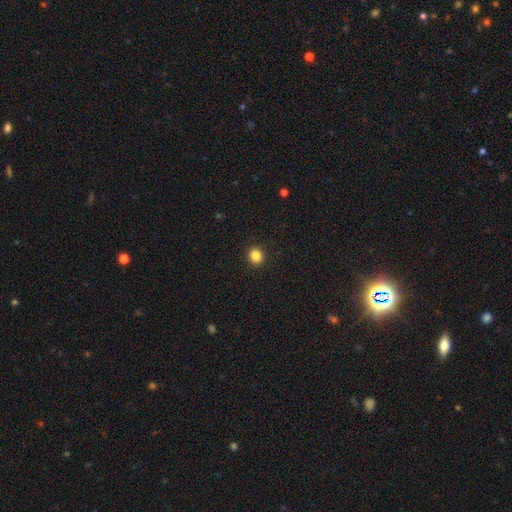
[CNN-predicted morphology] Smooth or featured?
  - smooth: 86% *
  - star or artifact: 11%
  - featured or disk: 4%
How rounded?
  - round: 84% *
  - in between: 15%
  - cigar-shaped: 1%
Merging?
  - none: 92% *
  - minor disturbance: 5%
  - major disturbance: 2%
  - merger: 1%